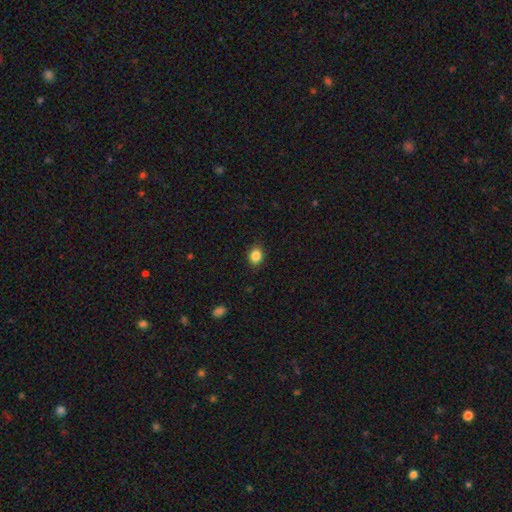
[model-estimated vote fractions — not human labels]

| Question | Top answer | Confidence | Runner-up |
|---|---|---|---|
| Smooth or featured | smooth | 86% | star or artifact (10%) |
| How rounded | in between | 51% | round (48%) |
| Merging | none | 87% | minor disturbance (9%) |